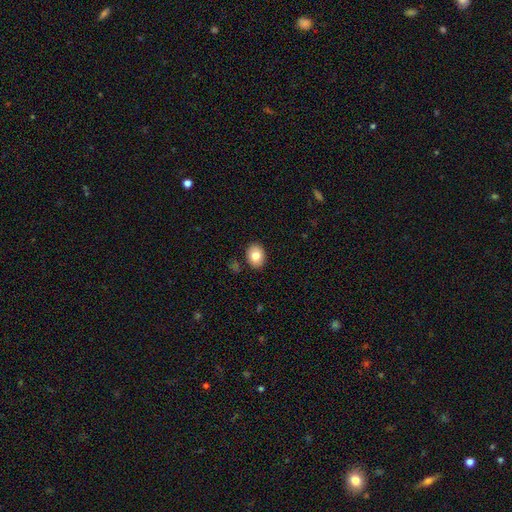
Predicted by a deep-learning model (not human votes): Smooth or featured? smooth (81%)
How rounded? in between (61%)
Merging? none (88%)